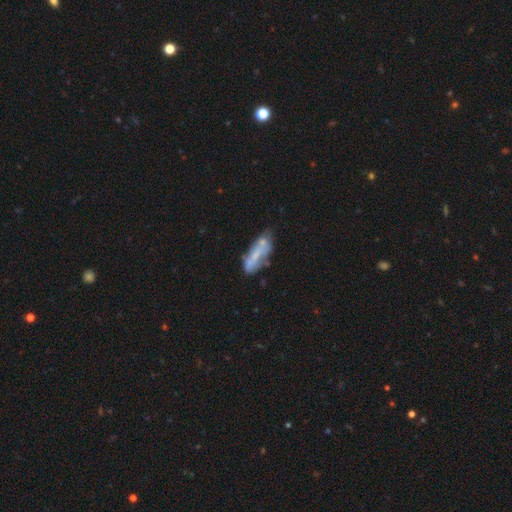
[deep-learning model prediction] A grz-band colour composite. It shows a smooth galaxy with no disk features (47%). Merging: none (43%).